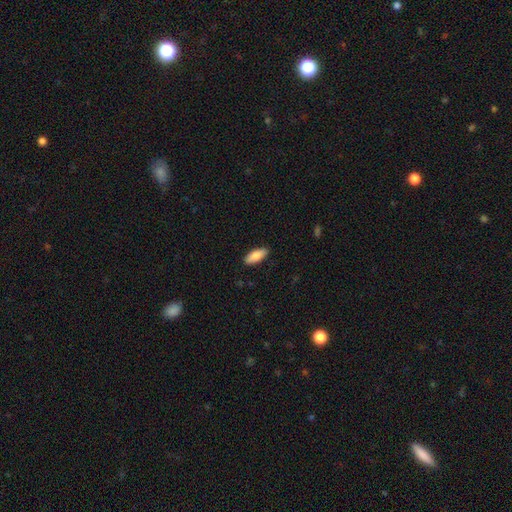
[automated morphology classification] type=smooth (86%); roundness=in between (78%); merging=none (89%).